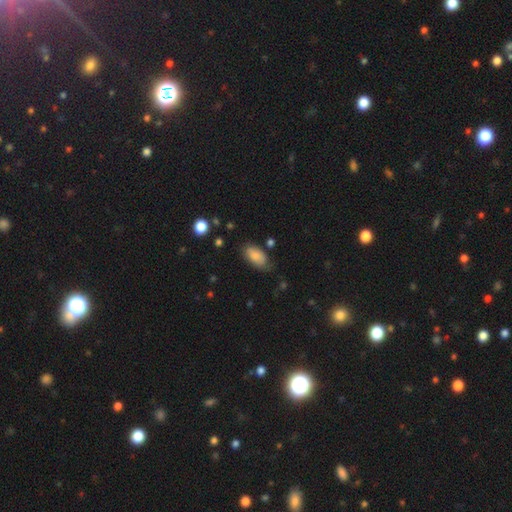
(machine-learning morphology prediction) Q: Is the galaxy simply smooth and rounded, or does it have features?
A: smooth — 84%.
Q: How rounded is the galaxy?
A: in between — 93%.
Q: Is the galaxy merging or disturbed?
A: none — 66%.